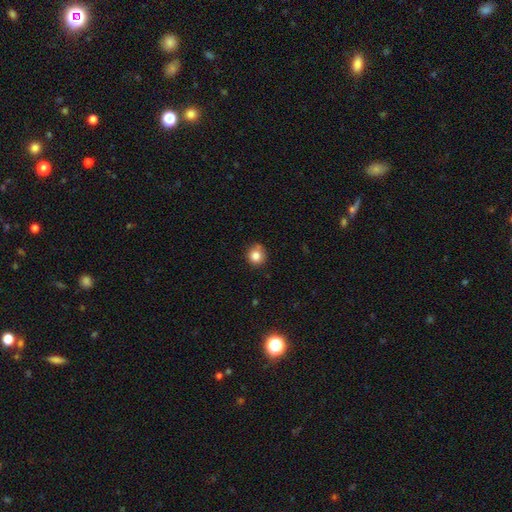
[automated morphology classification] A smooth galaxy with no disk features (83%) that is round (89%). Merging: none (78%).